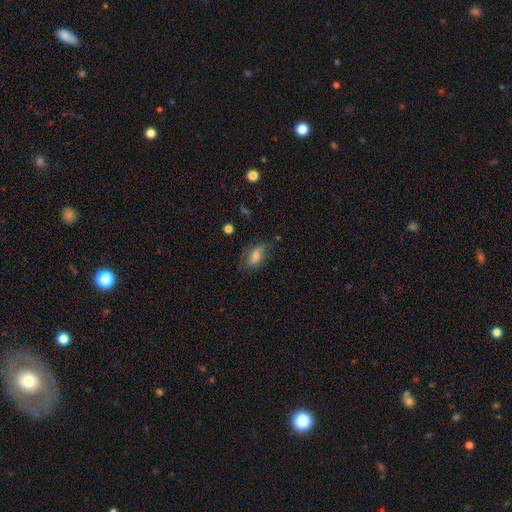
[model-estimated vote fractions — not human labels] This appears to be a smooth galaxy with no disk features (67%) that is in between round and cigar-shaped (86%). Merging: none (66%).